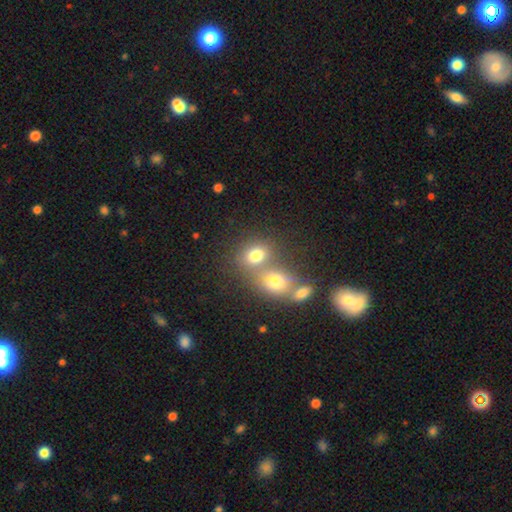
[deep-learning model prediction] Smooth or featured?
  - smooth: 73% *
  - star or artifact: 15%
  - featured or disk: 11%
How rounded?
  - round: 53% *
  - in between: 46%
  - cigar-shaped: 2%
Merging?
  - merger: 48% *
  - none: 40%
  - minor disturbance: 8%
  - major disturbance: 4%